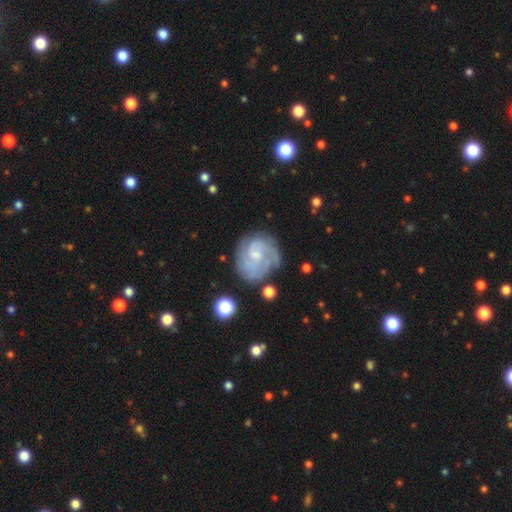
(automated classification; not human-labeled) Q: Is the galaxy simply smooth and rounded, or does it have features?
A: featured or disk — 74%.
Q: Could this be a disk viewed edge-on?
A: no — 98%.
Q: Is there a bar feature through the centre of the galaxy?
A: no — 60%.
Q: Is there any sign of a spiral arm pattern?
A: yes — 89%.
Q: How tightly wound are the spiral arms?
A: tight — 54%.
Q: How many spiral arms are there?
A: can't tell — 38%.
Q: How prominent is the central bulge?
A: small — 57%.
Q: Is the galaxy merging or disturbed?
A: none — 66%.